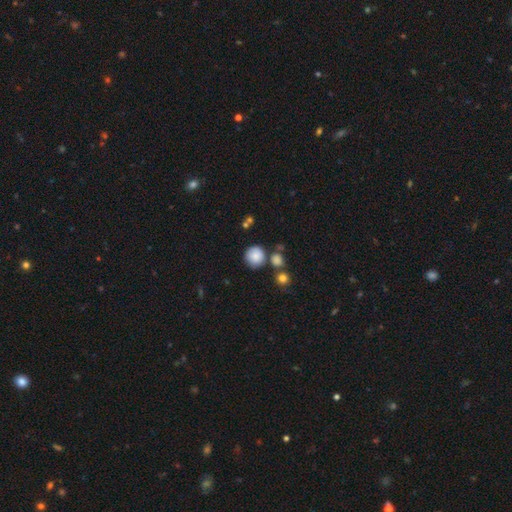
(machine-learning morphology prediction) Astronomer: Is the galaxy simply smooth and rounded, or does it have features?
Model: smooth — 83%.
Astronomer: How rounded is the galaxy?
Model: round — 91%.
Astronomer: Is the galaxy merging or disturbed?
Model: none — 73%.